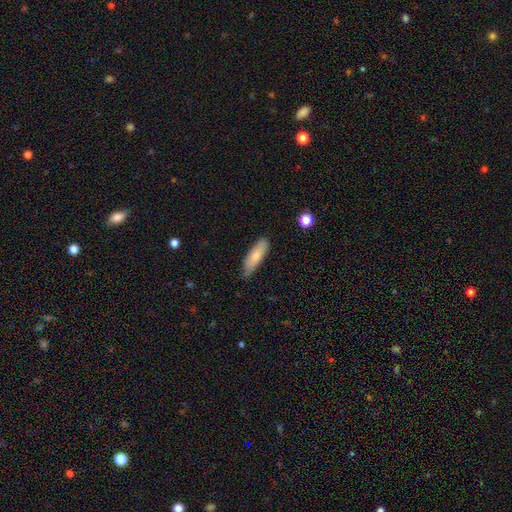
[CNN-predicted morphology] A smooth galaxy with no disk features (76%) that is in between round and cigar-shaped (51%).

Vote fractions:
- Smooth or featured? smooth: 76% / featured or disk: 18% / star or artifact: 6%
- How rounded? in between: 51% / cigar-shaped: 47% / round: 2%
- Merging? none: 69% / minor disturbance: 26% / major disturbance: 3% / merger: 2%